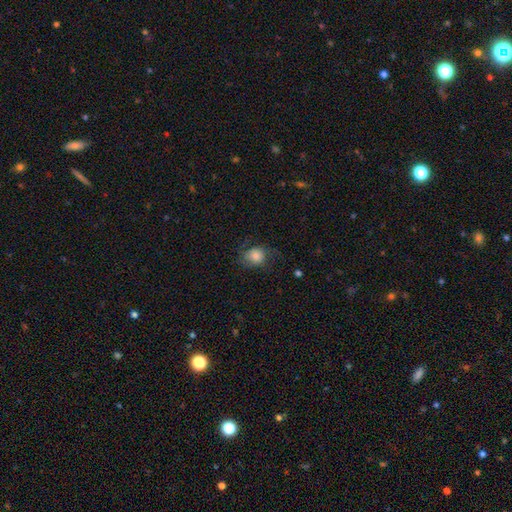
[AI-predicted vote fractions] The model was most divided on "how rounded": round: 61%, in between: 38%, cigar-shaped: 1%. More confident: smooth or featured — smooth (72%); merging — none (58%).